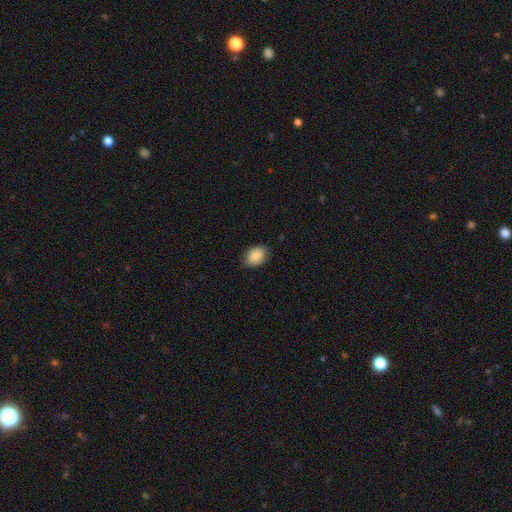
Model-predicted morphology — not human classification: smooth 85%, featured or disk 8%, star or artifact 7%. Down the decision tree: how rounded — in between (72%); merging — none (78%).